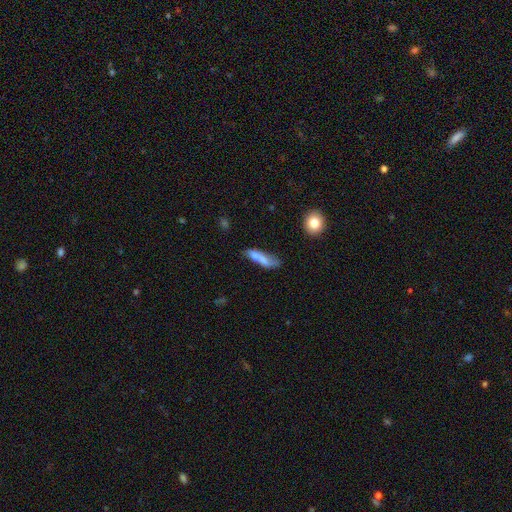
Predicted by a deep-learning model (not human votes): Smooth or featured? smooth (63%)
How rounded? cigar-shaped (49%)
Merging? merger (37%)